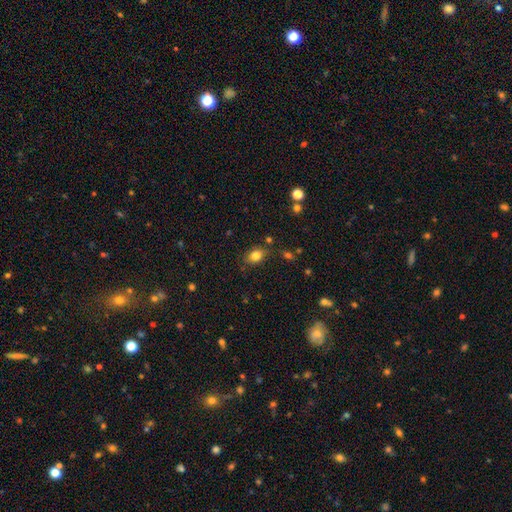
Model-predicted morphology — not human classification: type=smooth (82%); roundness=in between (71%); merging=none (78%).